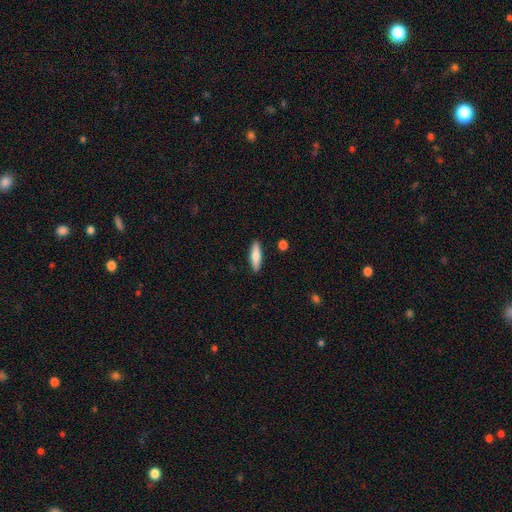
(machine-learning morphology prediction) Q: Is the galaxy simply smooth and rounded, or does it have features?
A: smooth — 76%.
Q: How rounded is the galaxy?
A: cigar-shaped — 61%.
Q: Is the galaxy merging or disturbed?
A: none — 89%.